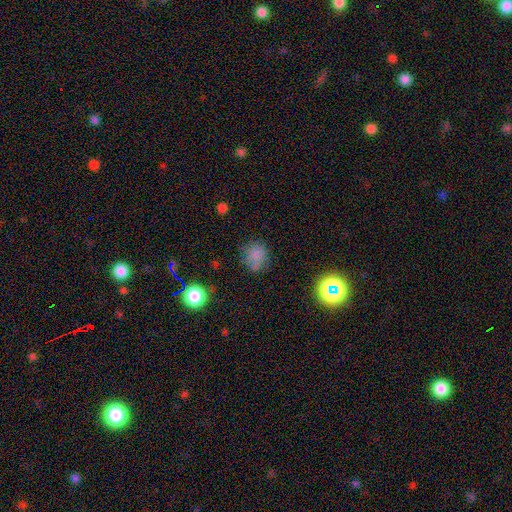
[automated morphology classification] smooth_or_featured: smooth (p=0.75) [alt: star or artifact p=0.16]
how_rounded: round (p=0.67) [alt: in between p=0.31]
merging: none (p=0.63) [alt: minor disturbance p=0.22]